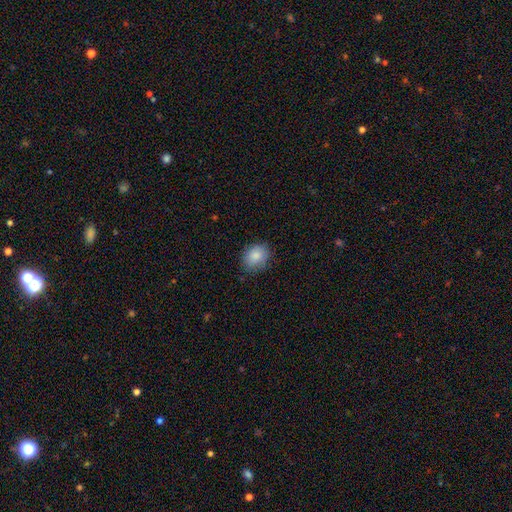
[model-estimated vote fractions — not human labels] Morphology: type=smooth (86%); roundness=round (56%); merging=none (81%).